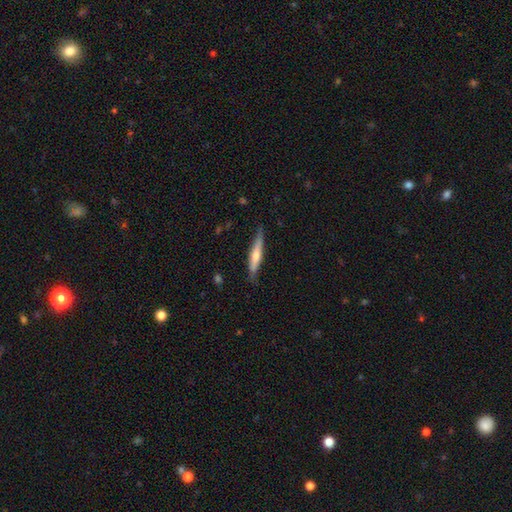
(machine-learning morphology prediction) Smooth or featured? featured or disk (50%)
Edge-on disk? yes (94%)
Merging? none (80%)